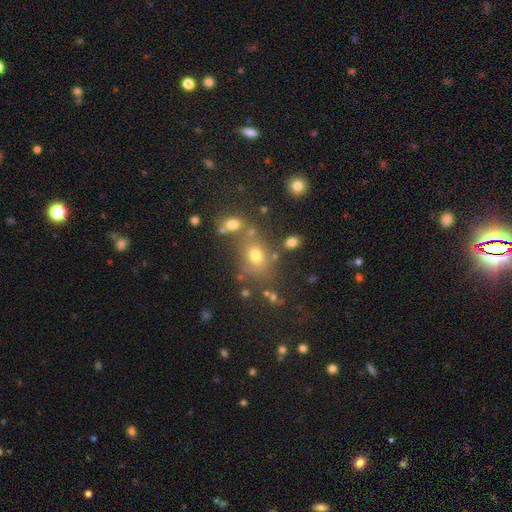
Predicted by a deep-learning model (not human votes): smooth 66%, star or artifact 22%, featured or disk 12%. Down the decision tree: how rounded — round (58%); merging — none (60%).